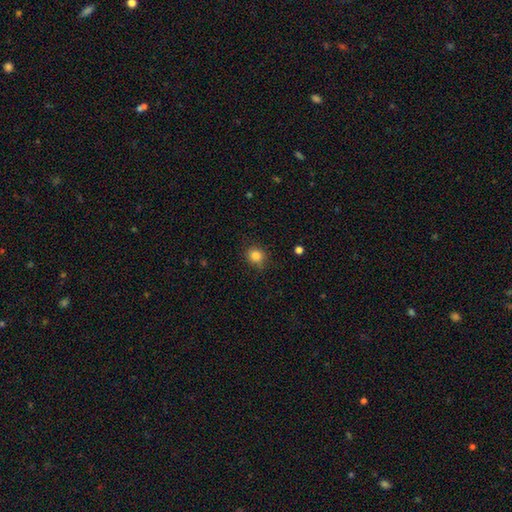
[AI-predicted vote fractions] Overall: smooth (84%). How rounded: round (86%). Merging: none (81%).